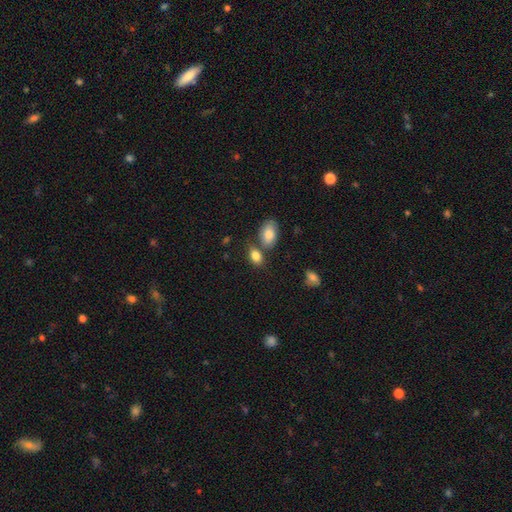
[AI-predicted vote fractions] This is clearly a smooth galaxy (84%). How rounded: clearly in between (83%). Merging: possibly none (58%).